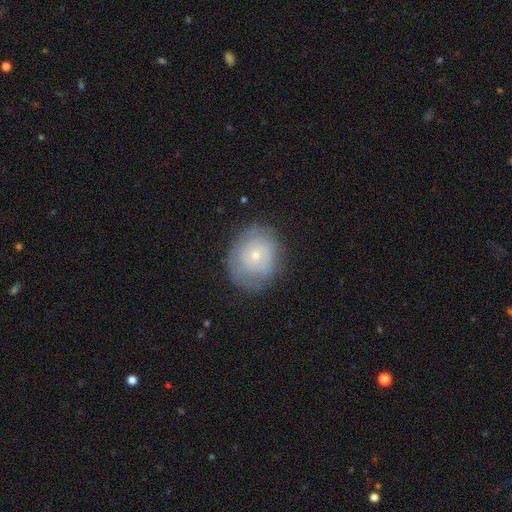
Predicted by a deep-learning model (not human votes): smooth_or_featured: featured or disk (p=0.46) [tied with: smooth p=0.46]
merging: none (p=0.72) [alt: minor disturbance p=0.20]